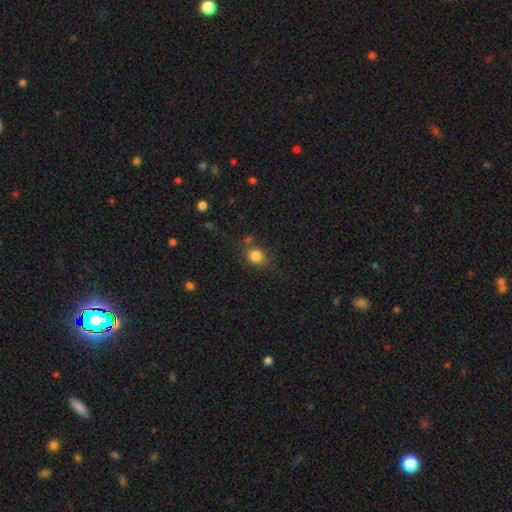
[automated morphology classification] A smooth galaxy with no disk features (83%) that is round (69%). Merging: none (71%).